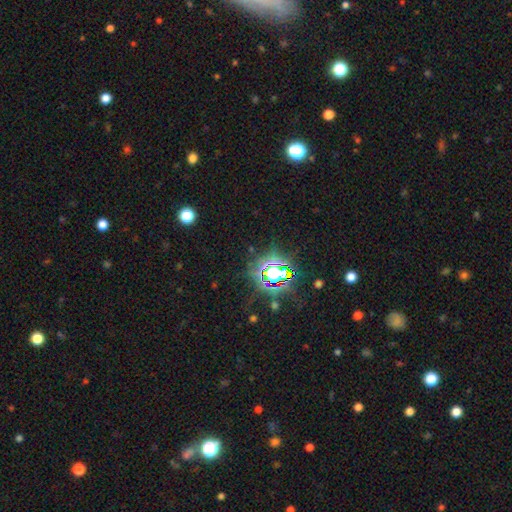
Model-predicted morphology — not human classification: A star or artifact, not a galaxy (80%).